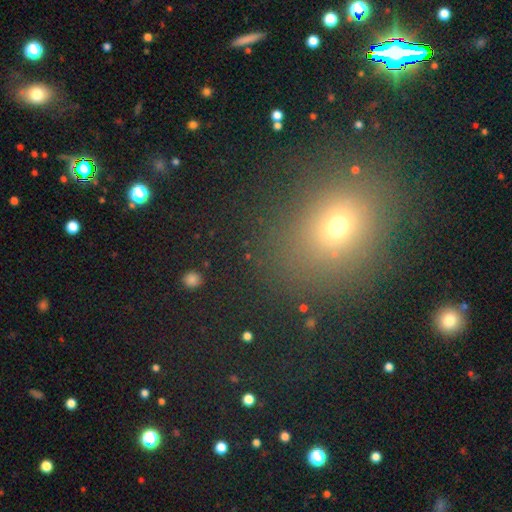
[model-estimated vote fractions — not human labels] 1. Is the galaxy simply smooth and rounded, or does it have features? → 53% smooth, 38% star or artifact, 9% featured or disk.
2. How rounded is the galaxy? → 60% round, 37% in between, 2% cigar-shaped.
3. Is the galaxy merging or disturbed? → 85% none, 8% minor disturbance, 4% major disturbance, 3% merger.